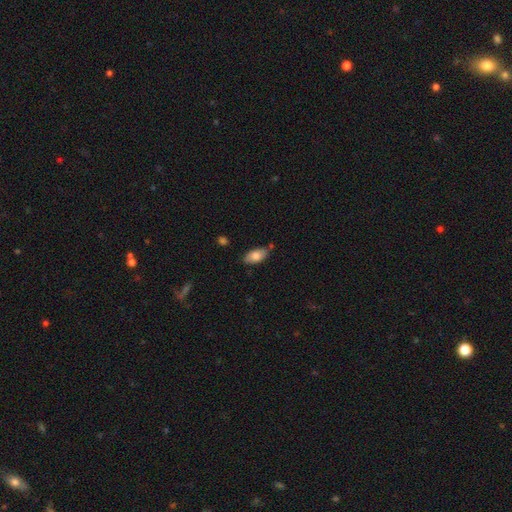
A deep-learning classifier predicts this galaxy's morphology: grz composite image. It shows a smooth galaxy with no disk features (79%) that is in between round and cigar-shaped (92%). Merging: none (75%).